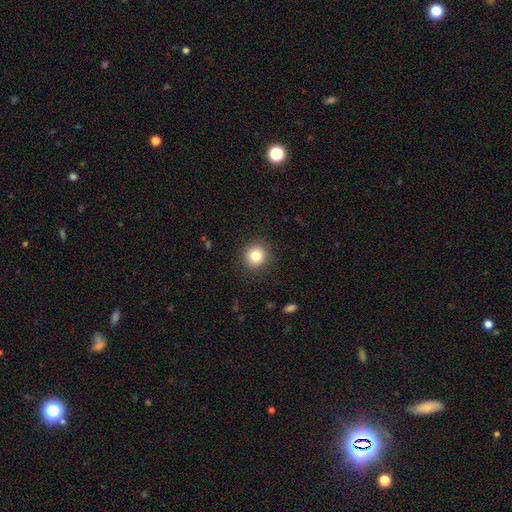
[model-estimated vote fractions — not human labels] A smooth galaxy with no disk features (82%) that is round (91%).

Vote fractions:
- Smooth or featured? smooth: 82% / star or artifact: 11% / featured or disk: 7%
- How rounded? round: 91% / in between: 8% / cigar-shaped: 1%
- Merging? none: 90% / minor disturbance: 6% / major disturbance: 2% / merger: 1%